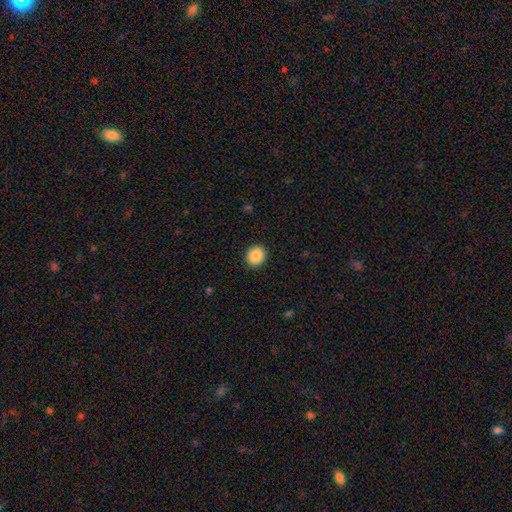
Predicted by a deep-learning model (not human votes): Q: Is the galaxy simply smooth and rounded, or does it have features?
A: smooth — 88%.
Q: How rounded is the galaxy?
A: round — 71%.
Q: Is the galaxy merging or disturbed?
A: none — 91%.